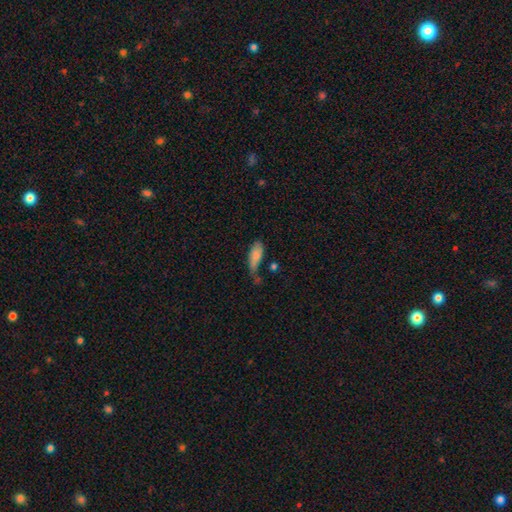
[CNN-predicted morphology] type=smooth (79%); roundness=in between (76%); merging=none (37%).